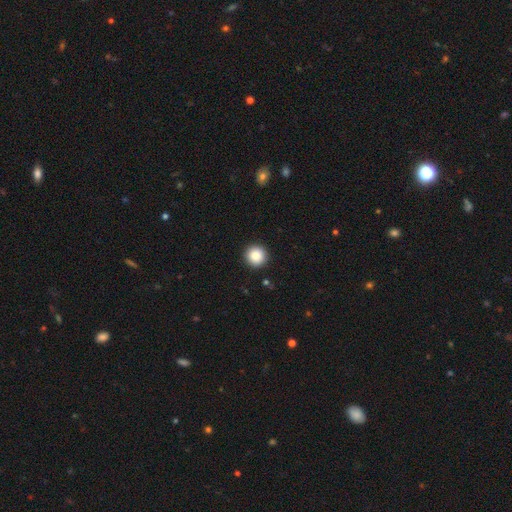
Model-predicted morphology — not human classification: Overall: smooth (87%). How rounded: round (96%). Merging: none (93%).